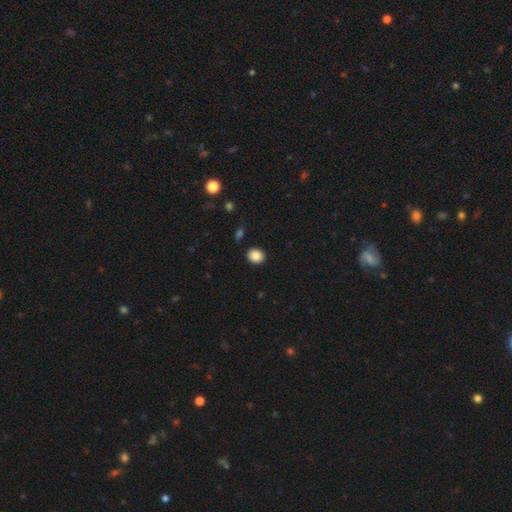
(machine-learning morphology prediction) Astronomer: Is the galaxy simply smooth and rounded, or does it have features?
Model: smooth — 86%.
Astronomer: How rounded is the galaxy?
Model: round — 60% (runner-up: in between, 40%).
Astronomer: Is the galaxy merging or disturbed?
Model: none — 89%.